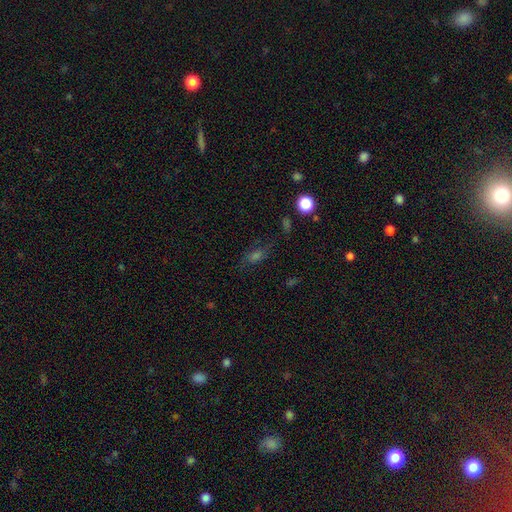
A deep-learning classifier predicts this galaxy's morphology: type=smooth (39%); merging=none (70%).